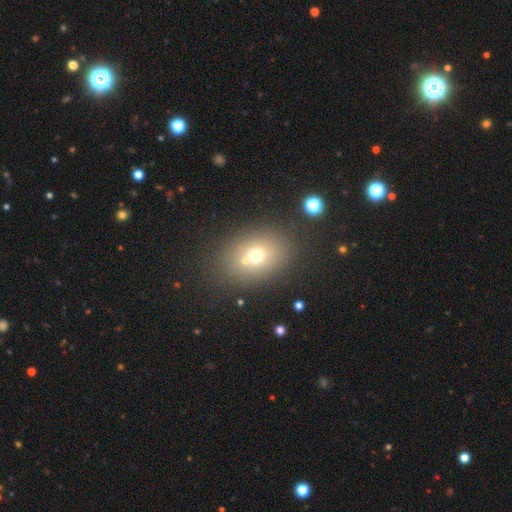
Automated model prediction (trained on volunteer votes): smooth 66%, star or artifact 17%, featured or disk 16%. Down the decision tree: how rounded — in between (60%); merging — none (68%).